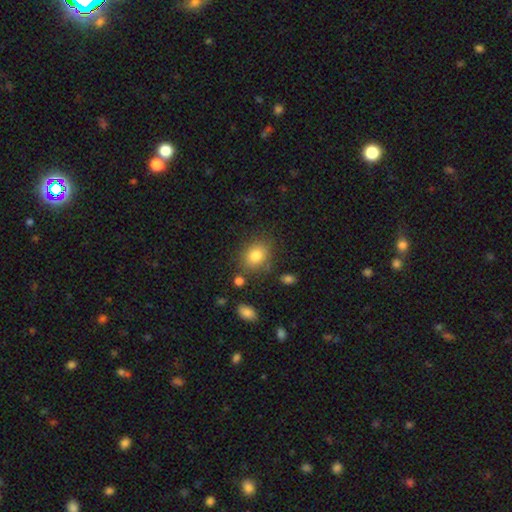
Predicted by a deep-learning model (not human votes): Morphology: type=smooth (82%); roundness=round (52%); merging=none (76%).